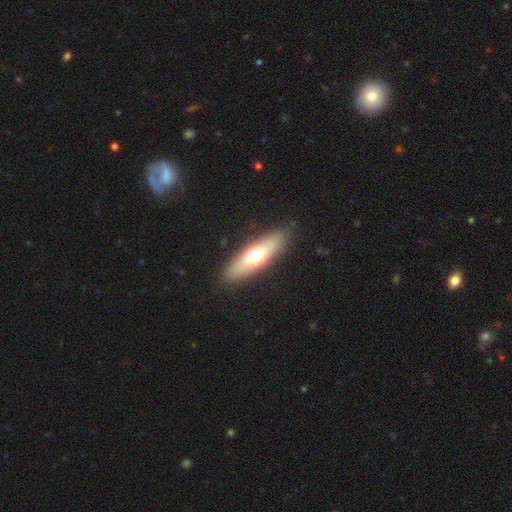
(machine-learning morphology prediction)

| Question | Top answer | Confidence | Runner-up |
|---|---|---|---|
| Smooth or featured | smooth | 57% | featured or disk (37%) |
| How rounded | cigar-shaped | 56% | in between (42%) |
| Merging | none | 89% | minor disturbance (8%) |